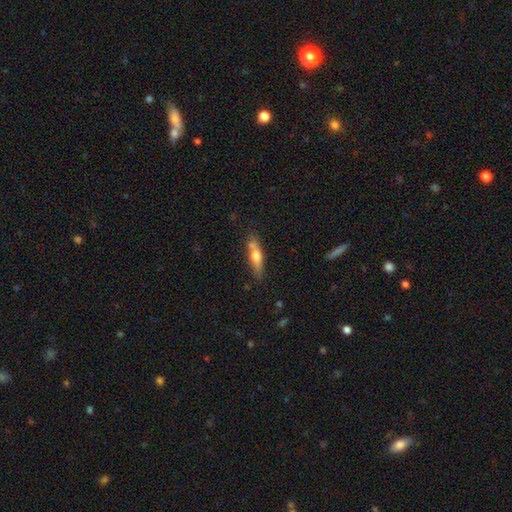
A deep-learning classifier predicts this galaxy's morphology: A smooth galaxy with no disk features (55%) that is cigar-shaped (71%). Merging: none (67%).